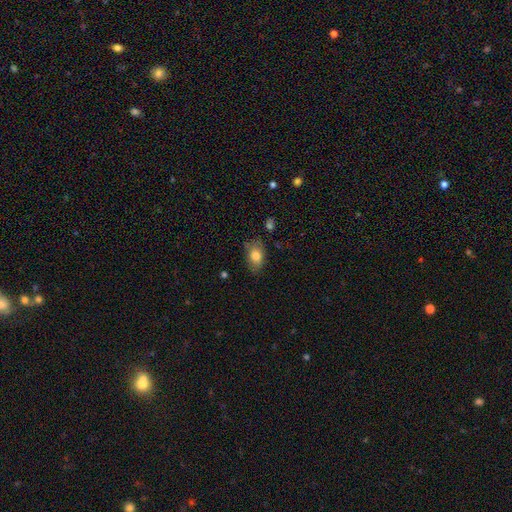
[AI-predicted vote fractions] This is likely a smooth galaxy (79%). How rounded: clearly in between (87%). Merging: likely none (74%).